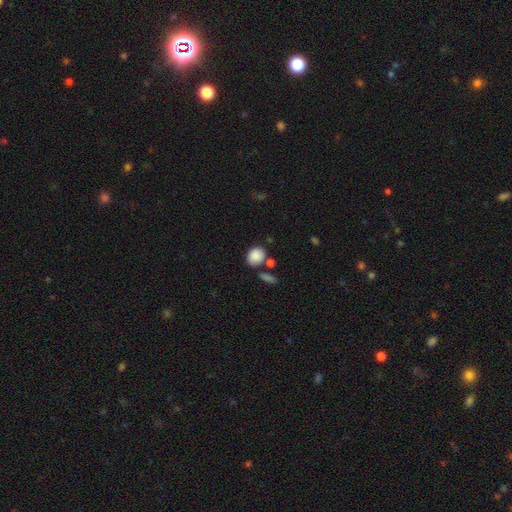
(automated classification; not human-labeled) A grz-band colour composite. It shows a smooth galaxy with no disk features (87%) that is in between round and cigar-shaped (53%). Merging: none (66%).